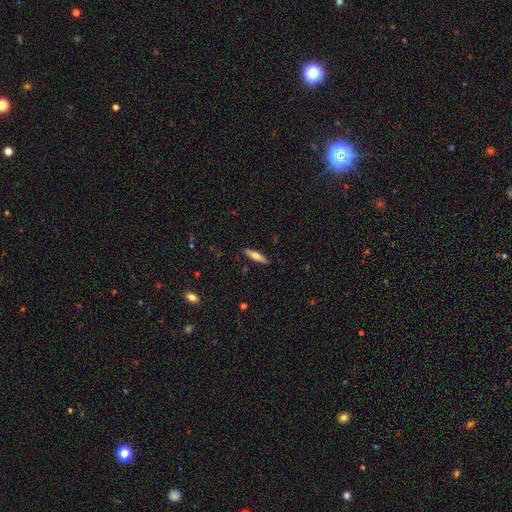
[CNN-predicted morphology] This appears to be a smooth galaxy with no disk features (62%) that is cigar-shaped (74%). Merging: none (89%).